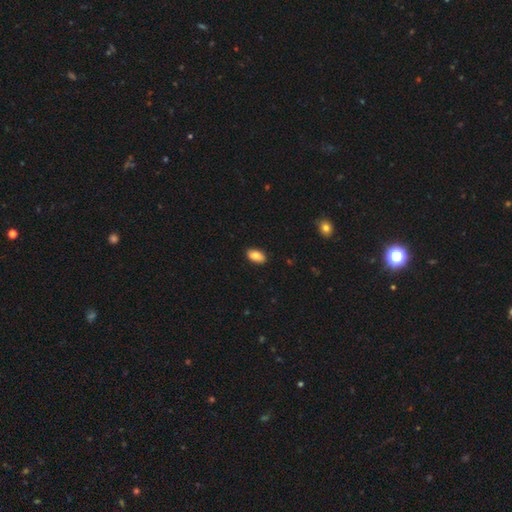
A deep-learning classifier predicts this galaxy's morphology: Overall: smooth (84%). How rounded: in between (93%). Merging: none (89%).